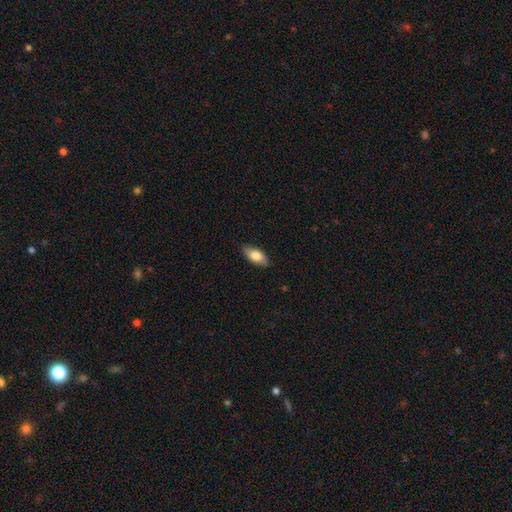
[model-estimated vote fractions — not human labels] This is likely a smooth galaxy (79%). How rounded: clearly in between (88%). Merging: clearly none (86%).